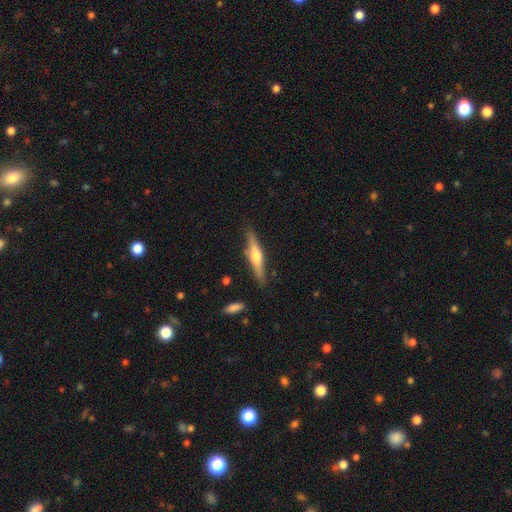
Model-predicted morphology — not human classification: A featured or disk galaxy (62%) viewed edge-on (97%) with a rounded central bulge (89%).

Vote fractions:
- Smooth or featured? featured or disk: 62% / smooth: 32% / star or artifact: 5%
- Edge-on disk? yes: 97% / no: 3%
- Edge-on bulge? rounded: 89% / boxy: 7% / none: 4%
- Merging? none: 86% / minor disturbance: 10% / merger: 2% / major disturbance: 2%